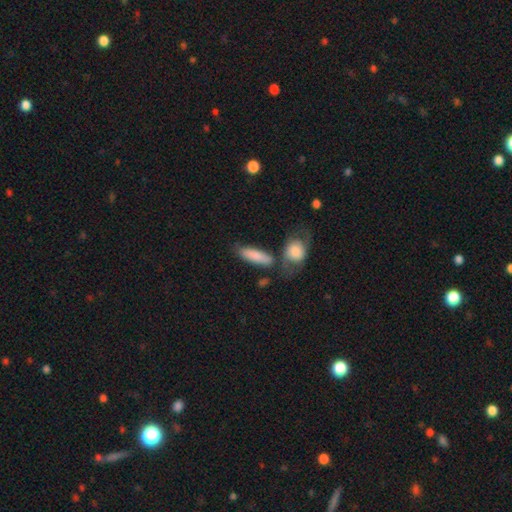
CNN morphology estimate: Smooth or featured?
  - smooth: 83% *
  - featured or disk: 12%
  - star or artifact: 6%
How rounded?
  - in between: 52% *
  - cigar-shaped: 45%
  - round: 3%
Merging?
  - none: 61% *
  - minor disturbance: 17%
  - merger: 16%
  - major disturbance: 6%